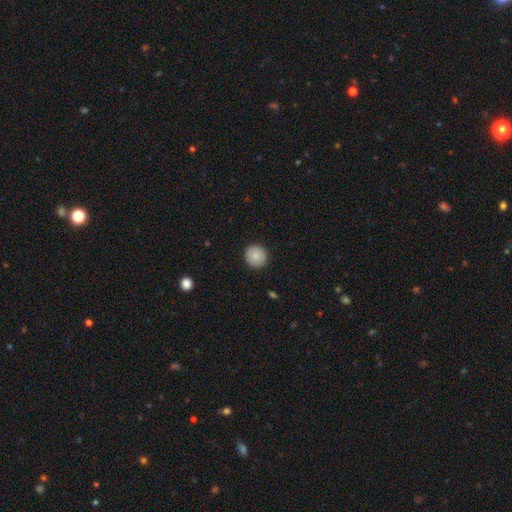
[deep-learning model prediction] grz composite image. It shows a smooth galaxy with no disk features (87%) that is round (95%). Merging: none (92%).